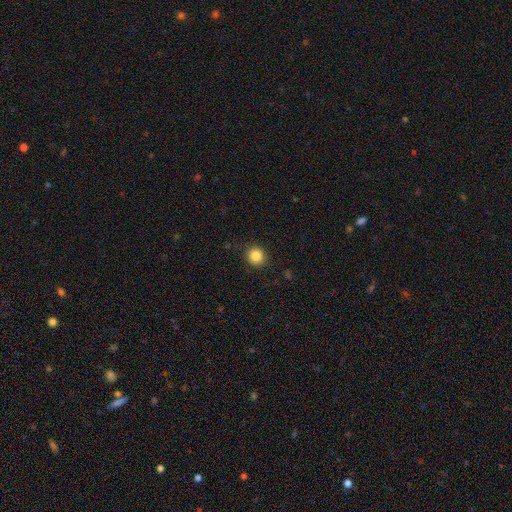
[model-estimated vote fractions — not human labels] Smooth or featured: smooth — 85% (star or artifact — 10%)
How rounded: round — 89% (in between — 10%)
Merging: none — 89% (minor disturbance — 7%)